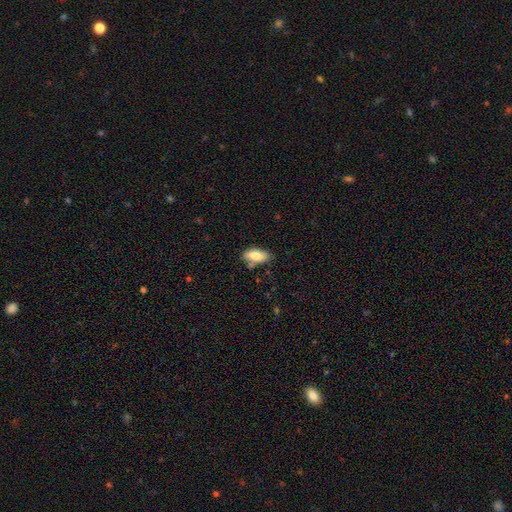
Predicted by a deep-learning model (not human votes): smooth_or_featured: smooth (p=0.78) [alt: featured or disk p=0.16]
how_rounded: in between (p=0.87) [alt: cigar-shaped p=0.09]
merging: none (p=0.65) [alt: minor disturbance p=0.22]